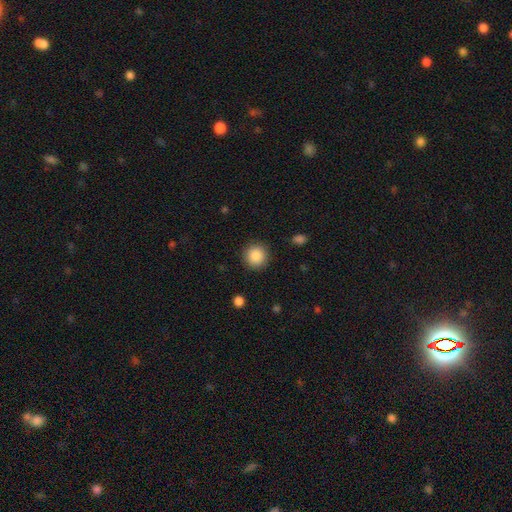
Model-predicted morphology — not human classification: This appears to be a smooth galaxy with no disk features (88%) that is round (92%). Merging: none (90%).